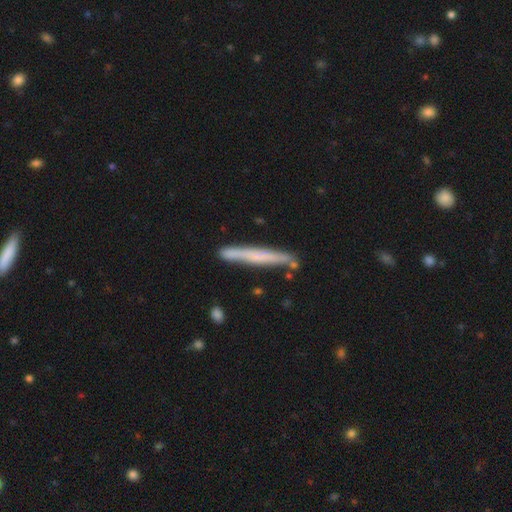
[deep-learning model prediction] Smooth or featured: smooth — 52% (featured or disk — 42%)
How rounded: cigar-shaped — 97% (in between — 2%)
Merging: none — 81% (minor disturbance — 13%)